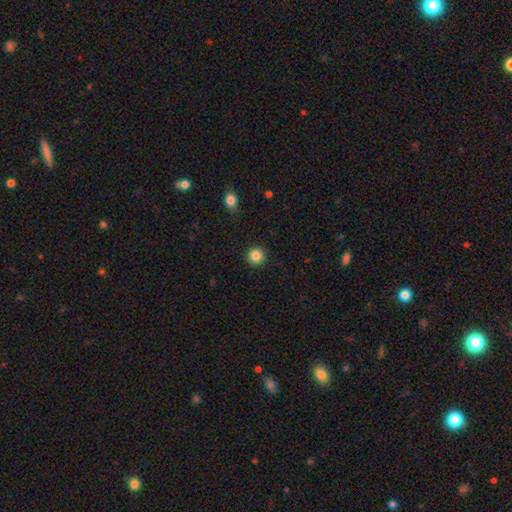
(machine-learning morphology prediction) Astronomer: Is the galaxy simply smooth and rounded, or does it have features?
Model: smooth — 86%.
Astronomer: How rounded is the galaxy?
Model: round — 96%.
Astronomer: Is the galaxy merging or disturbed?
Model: none — 92%.